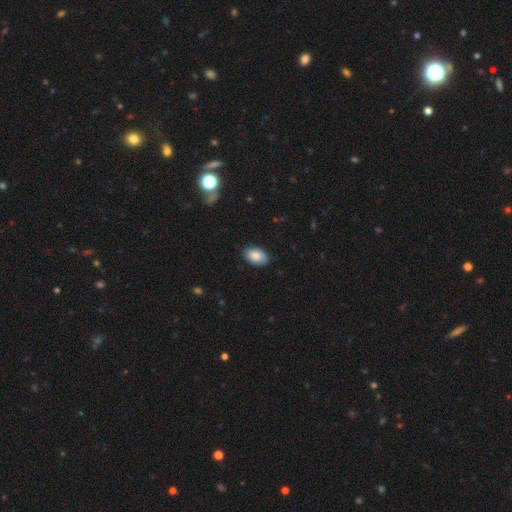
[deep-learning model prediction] Morphology: type=smooth (84%); roundness=in between (91%); merging=none (83%).